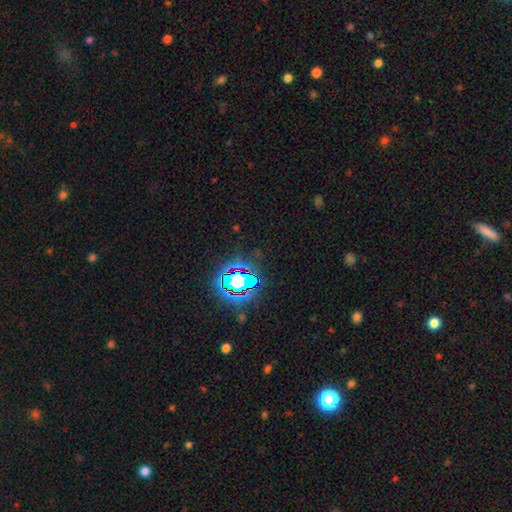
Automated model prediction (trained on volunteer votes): Smooth or featured? star or artifact (77%)